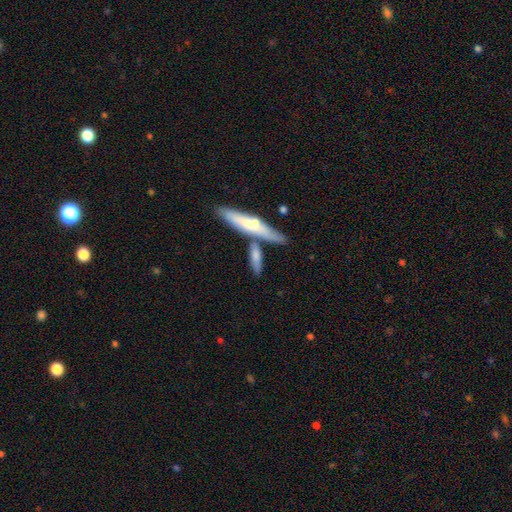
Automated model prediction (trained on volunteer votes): smooth-or-featured: smooth: 65% | featured or disk: 29% | star or artifact: 6%
  how-rounded: cigar-shaped: 71% | in between: 26% | round: 3%
  merging: none: 58% | merger: 25% | minor disturbance: 14% | major disturbance: 4%